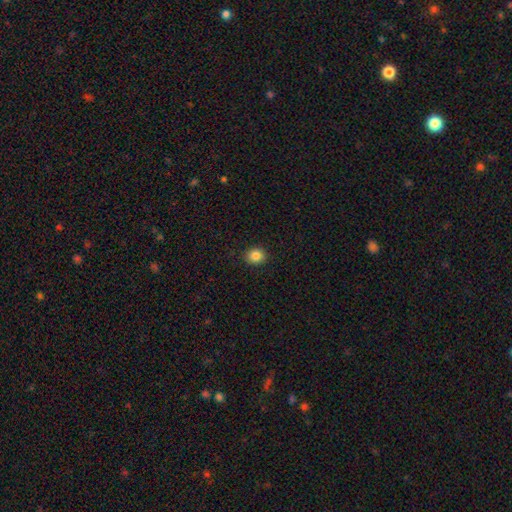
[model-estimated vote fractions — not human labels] smooth-or-featured: smooth: 85% | star or artifact: 11% | featured or disk: 4%
  how-rounded: round: 79% | in between: 20% | cigar-shaped: 1%
  merging: none: 91% | minor disturbance: 6% | major disturbance: 2% | merger: 1%